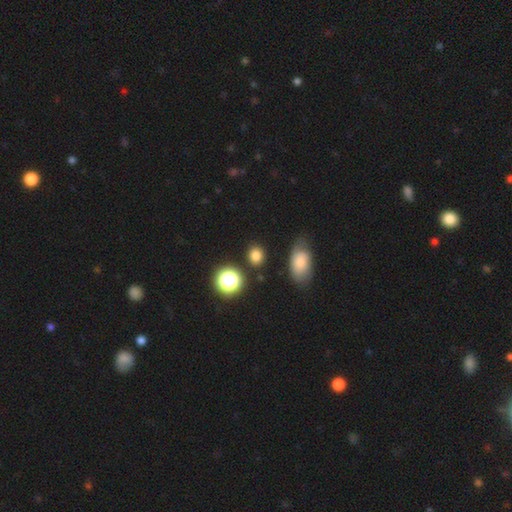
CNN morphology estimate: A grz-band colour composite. It shows a smooth galaxy with no disk features (79%) that is round (65%). Merging: none (84%).